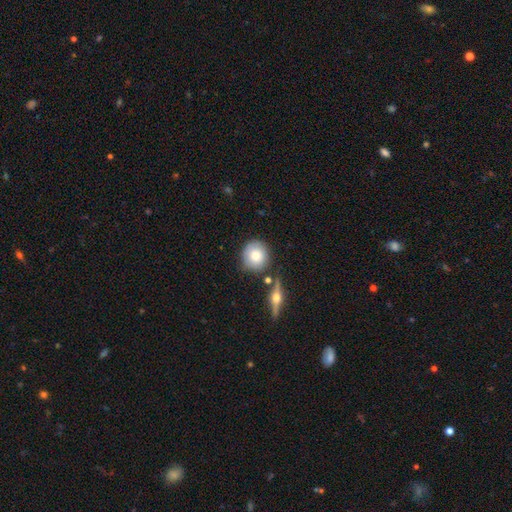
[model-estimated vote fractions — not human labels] Smooth or featured: smooth — 71% (featured or disk — 21%)
How rounded: round — 91% (in between — 8%)
Merging: none — 77% (minor disturbance — 12%)